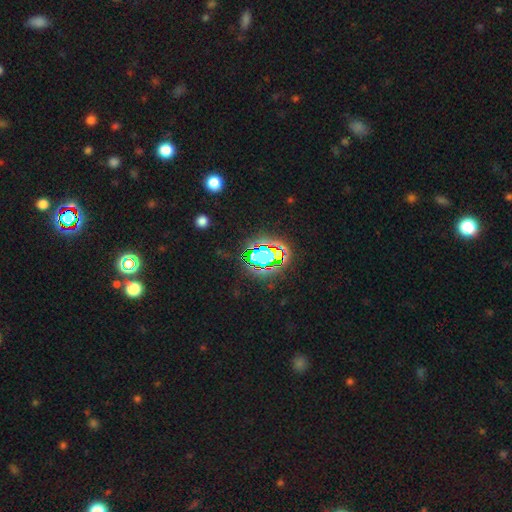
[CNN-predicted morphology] A star or artifact, not a galaxy (68%).

Vote fractions:
- Smooth or featured? star or artifact: 68% / smooth: 18% / featured or disk: 14%